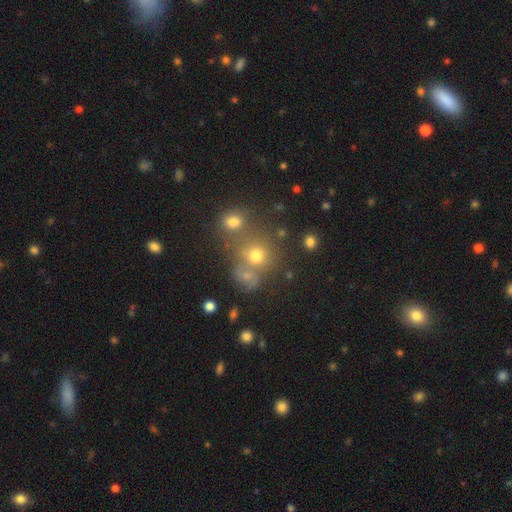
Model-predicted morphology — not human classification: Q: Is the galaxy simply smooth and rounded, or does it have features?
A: smooth — 65%.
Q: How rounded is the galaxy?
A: round — 82%.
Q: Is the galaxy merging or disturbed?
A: none — 51%.